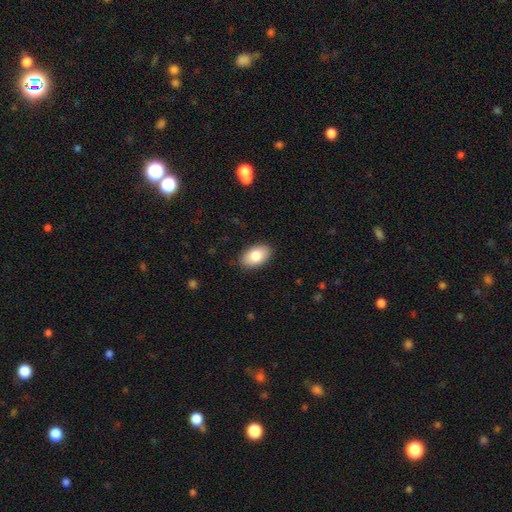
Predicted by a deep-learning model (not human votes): This is clearly a smooth galaxy (84%). How rounded: clearly in between (93%). Merging: clearly none (88%).